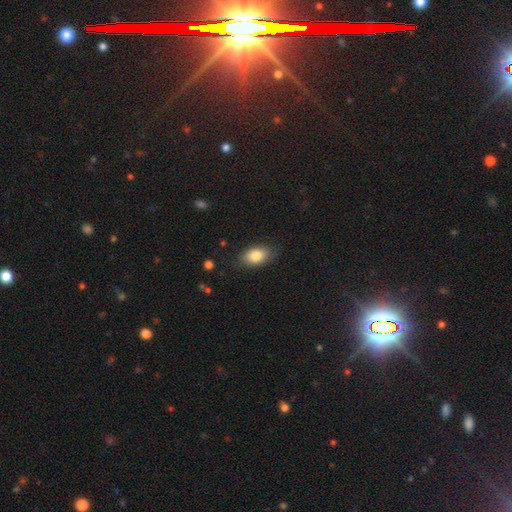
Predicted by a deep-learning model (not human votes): Overall: smooth (83%). How rounded: in between (88%). Merging: none (82%).